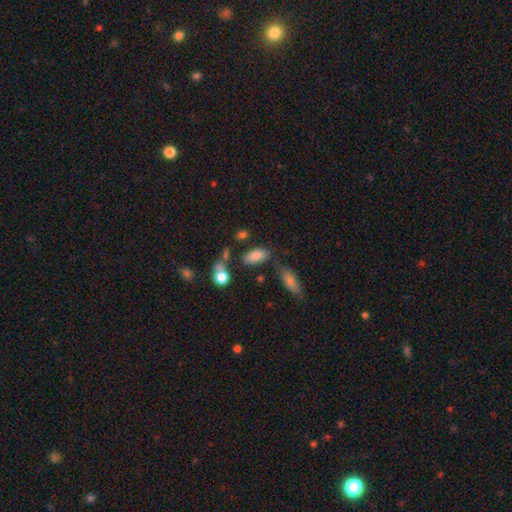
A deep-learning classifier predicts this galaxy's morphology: smooth-or-featured: smooth: 83% | star or artifact: 9% | featured or disk: 8%
  how-rounded: in between: 88% | cigar-shaped: 8% | round: 4%
  merging: none: 67% | minor disturbance: 17% | merger: 10% | major disturbance: 6%